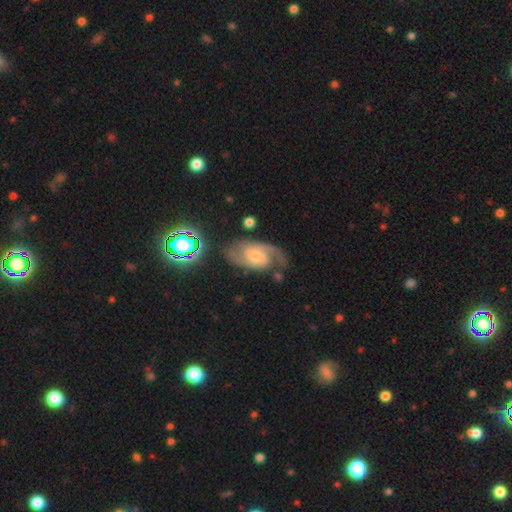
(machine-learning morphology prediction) Smooth or featured: featured or disk — 85% (smooth — 8%)
Edge-on disk: no — 97% (yes — 3%)
Bar: weak — 53% (no — 35%)
Spiral arms: yes — 97% (no — 3%)
Spiral winding: medium — 53% (tight — 31%)
Spiral arm count: 2 — 84% (can't tell — 6%)
Bulge size: moderate — 45% (small — 44%)
Merging: none — 71% (minor disturbance — 18%)